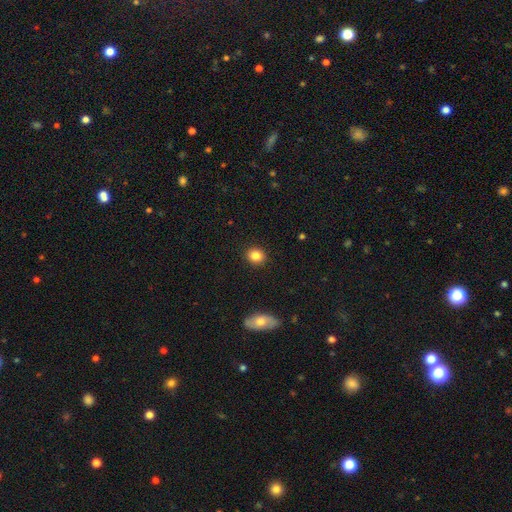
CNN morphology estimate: The model was most divided on "how rounded": round: 72%, in between: 26%, cigar-shaped: 1%. More confident: merging — none (91%); smooth or featured — smooth (85%).